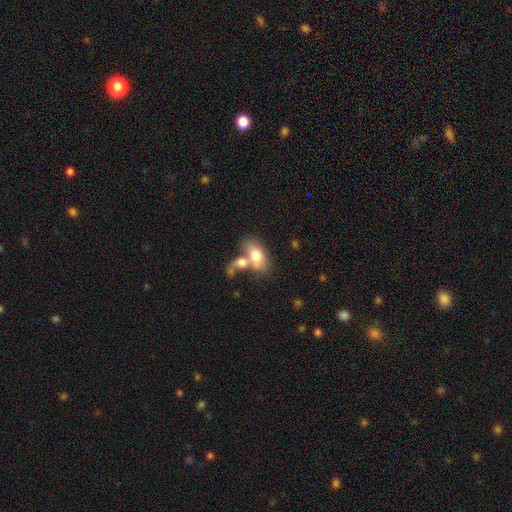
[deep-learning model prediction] This is likely a smooth galaxy (71%). How rounded: clearly in between (87%). Merging: possibly merger (53%).